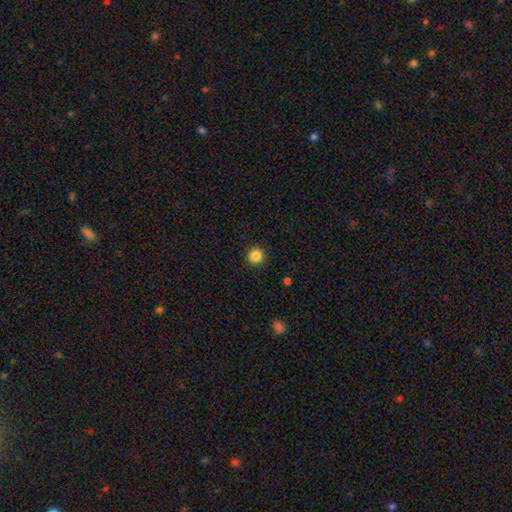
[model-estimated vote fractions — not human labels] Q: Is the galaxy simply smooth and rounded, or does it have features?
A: smooth — 86%.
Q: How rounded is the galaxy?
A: round — 95%.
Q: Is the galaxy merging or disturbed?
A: none — 92%.